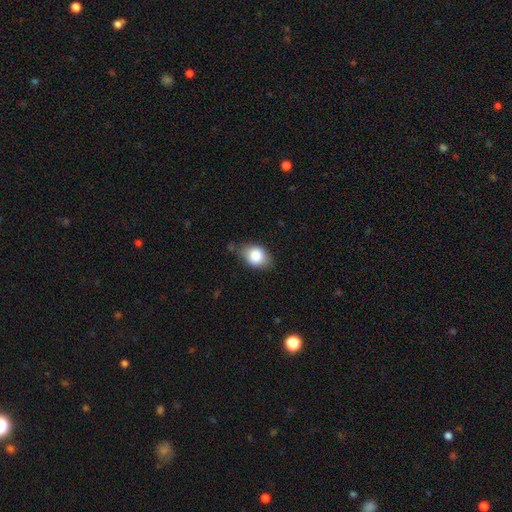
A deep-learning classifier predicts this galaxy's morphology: A smooth galaxy with no disk features (83%) that is in between round and cigar-shaped (68%). Merging: none (68%).